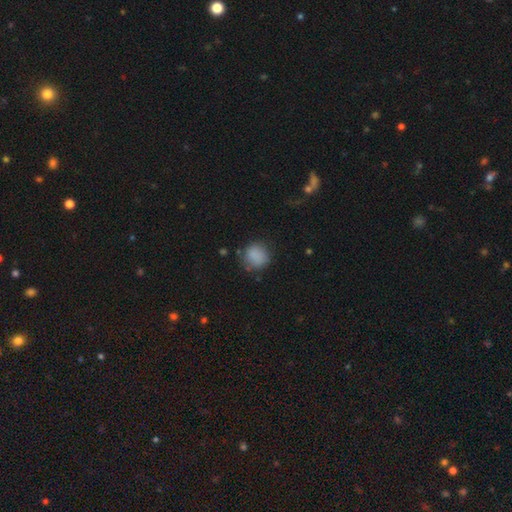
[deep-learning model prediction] The model was most divided on "merging": none: 73%, minor disturbance: 18%, major disturbance: 6%, merger: 3%. More confident: smooth or featured — smooth (84%); how rounded — round (83%).